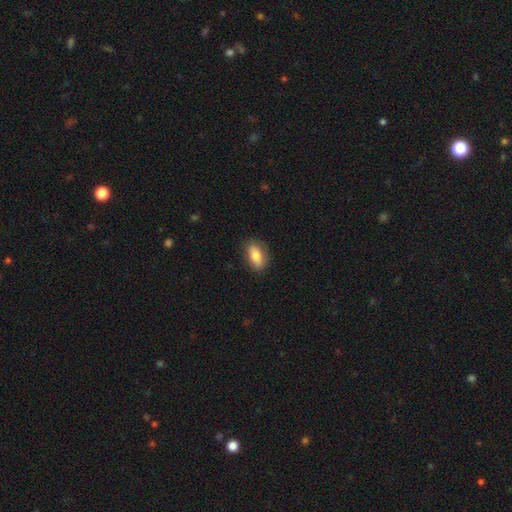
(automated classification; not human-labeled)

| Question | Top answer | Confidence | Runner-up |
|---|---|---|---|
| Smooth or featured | smooth | 77% | featured or disk (16%) |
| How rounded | in between | 84% | cigar-shaped (10%) |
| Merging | none | 84% | minor disturbance (12%) |